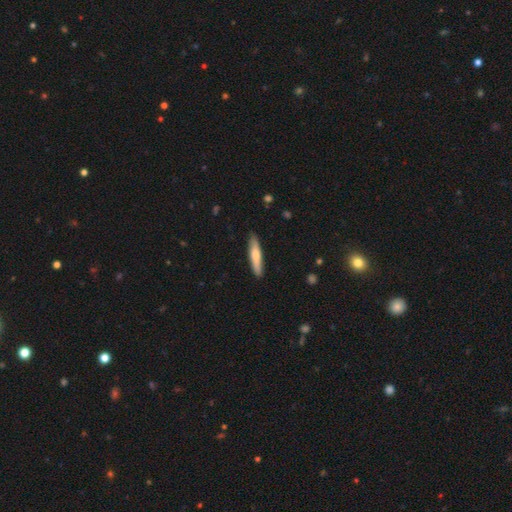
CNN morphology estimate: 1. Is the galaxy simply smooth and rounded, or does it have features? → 68% smooth, 26% featured or disk, 5% star or artifact.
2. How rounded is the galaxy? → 87% cigar-shaped, 12% in between, 1% round.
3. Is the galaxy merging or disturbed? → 87% none, 10% minor disturbance, 2% major disturbance, 1% merger.